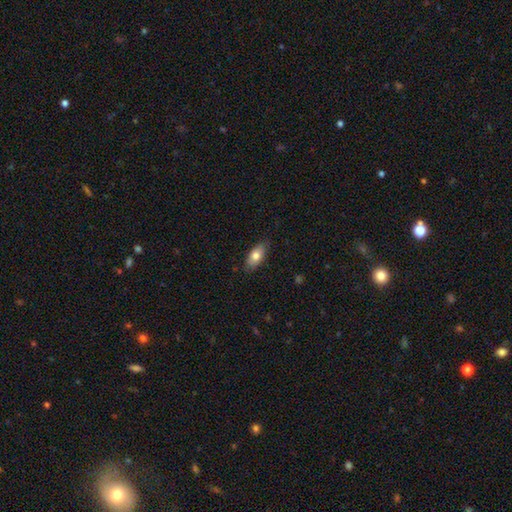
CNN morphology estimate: Smooth or featured? Predicted: smooth (p=0.76). How rounded? Predicted: in between (p=0.86). Merging? Predicted: none (p=0.83).